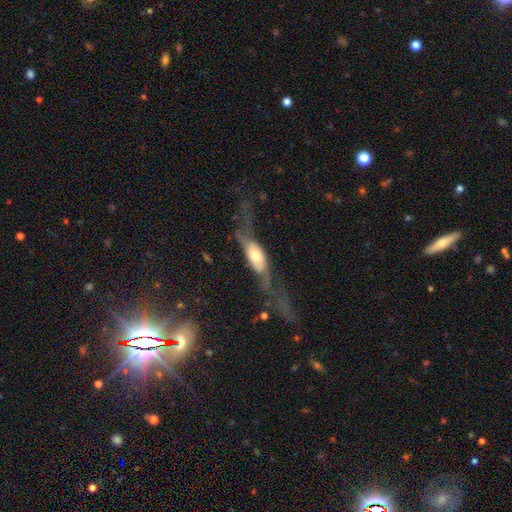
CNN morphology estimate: Q: Smooth or featured?
A: featured or disk (60%); runner-up: smooth (34%)
Q: Edge-on disk?
A: no (63%); runner-up: yes (37%)
Q: Merging?
A: major disturbance (45%); runner-up: none (32%)